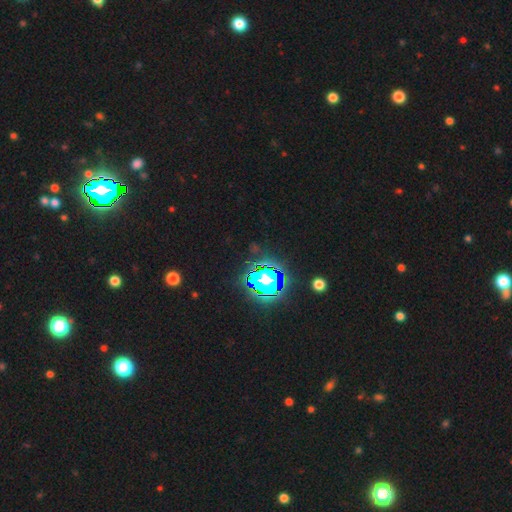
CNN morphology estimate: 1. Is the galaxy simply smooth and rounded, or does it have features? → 84% star or artifact, 9% smooth, 7% featured or disk.